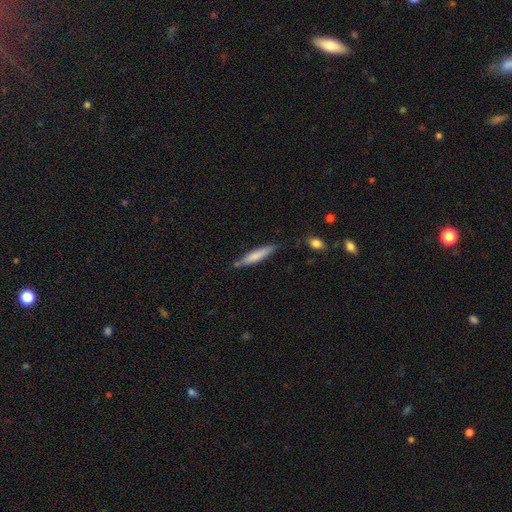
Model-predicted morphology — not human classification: The model was most divided on "smooth or featured": smooth: 72%, featured or disk: 22%, star or artifact: 5%. More confident: how rounded — cigar-shaped (88%); merging — none (76%).